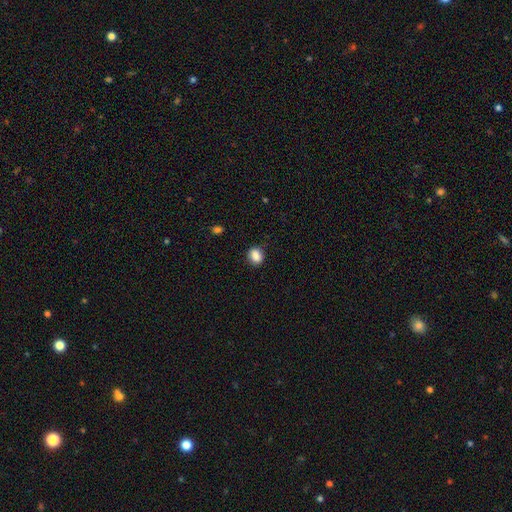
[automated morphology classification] type=smooth (87%); roundness=round (50%); merging=none (85%).